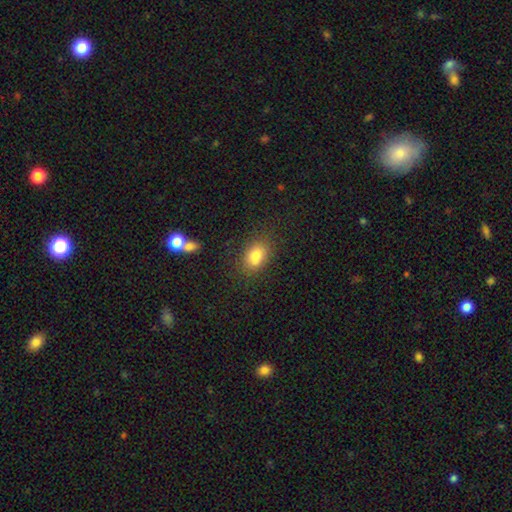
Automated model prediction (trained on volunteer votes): Morphology: type=smooth (80%); roundness=in between (80%); merging=none (70%).